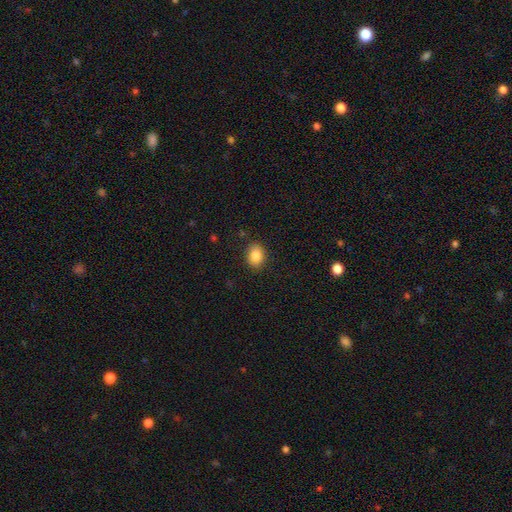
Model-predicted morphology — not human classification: Overall: smooth (86%). How rounded: in between (69%; round 30%). Merging: none (87%).